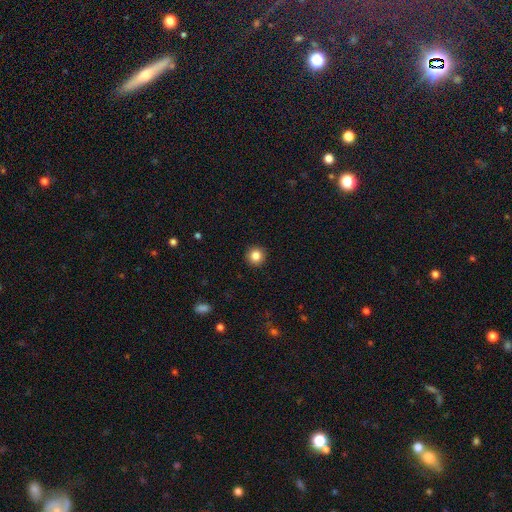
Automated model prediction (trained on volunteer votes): Morphology: type=smooth (84%); roundness=round (95%); merging=none (93%).